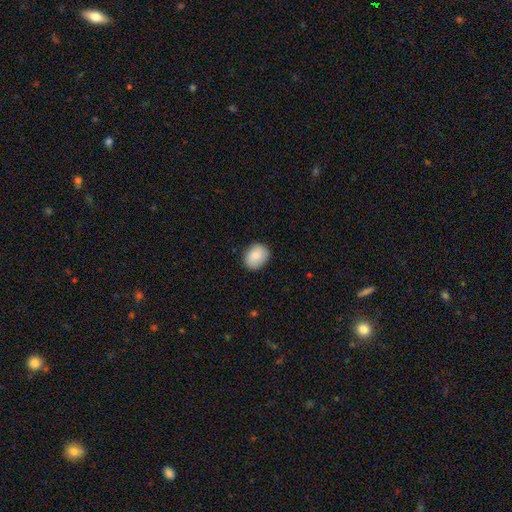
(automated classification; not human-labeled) The model was most divided on "how rounded": in between: 55%, round: 44%, cigar-shaped: 1%. More confident: merging — none (86%); smooth or featured — smooth (85%).